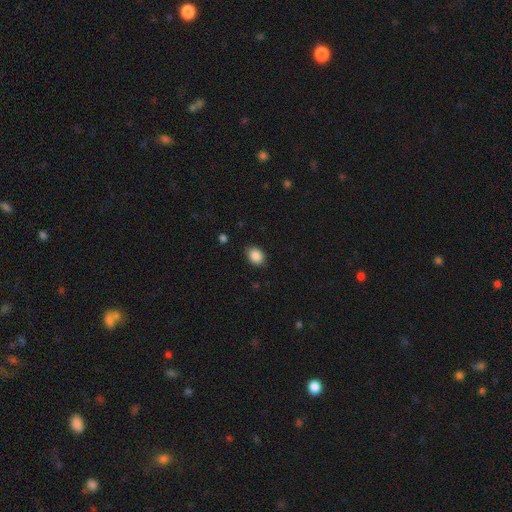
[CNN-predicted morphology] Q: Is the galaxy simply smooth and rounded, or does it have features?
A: smooth — 88%.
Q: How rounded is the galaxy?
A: in between — 65%.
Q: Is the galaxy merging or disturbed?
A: none — 87%.